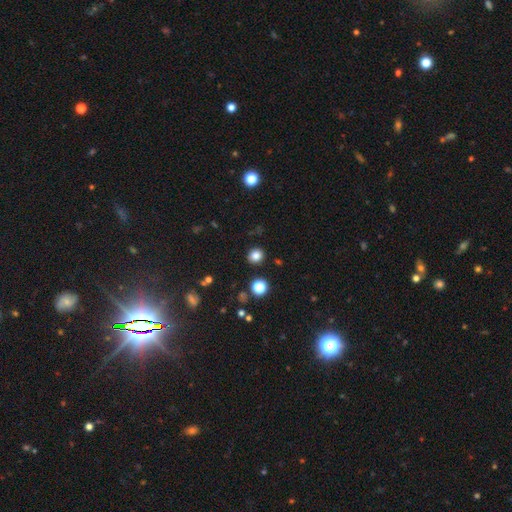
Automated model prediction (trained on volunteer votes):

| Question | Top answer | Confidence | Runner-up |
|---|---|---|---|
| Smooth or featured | smooth | 82% | star or artifact (13%) |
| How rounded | round | 86% | in between (13%) |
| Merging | none | 90% | minor disturbance (6%) |